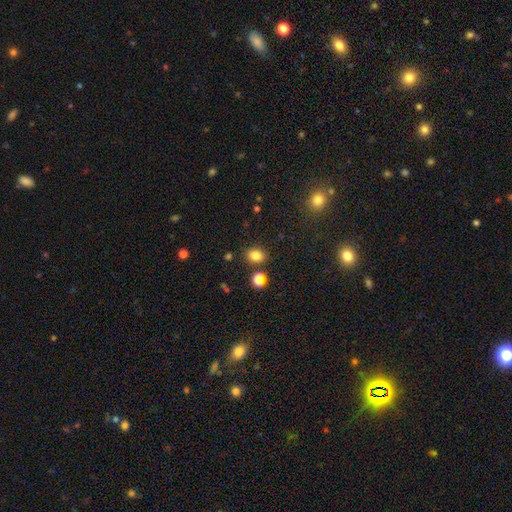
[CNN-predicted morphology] This is clearly a smooth galaxy (82%). How rounded: possibly in between (58%). Merging: clearly none (80%).